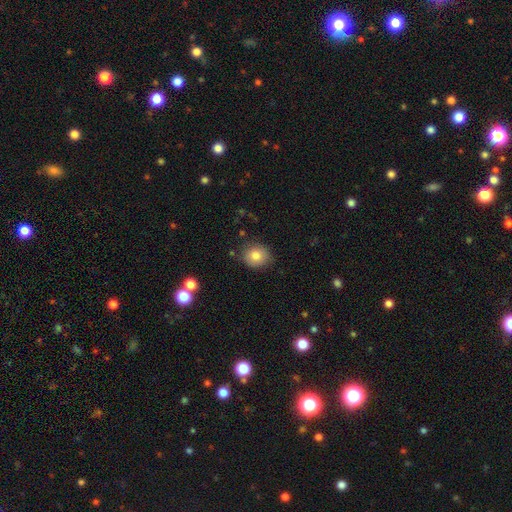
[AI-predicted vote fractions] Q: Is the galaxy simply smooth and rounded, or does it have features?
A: smooth — 82%.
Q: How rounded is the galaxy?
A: round — 76%.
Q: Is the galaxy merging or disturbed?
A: none — 84%.